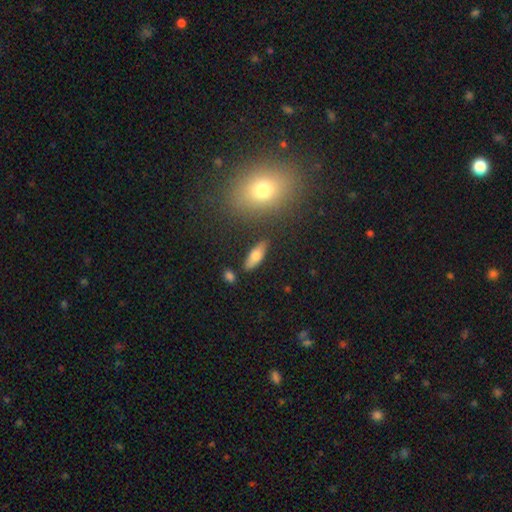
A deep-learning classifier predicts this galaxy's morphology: Smooth or featured?
  - smooth: 70% *
  - featured or disk: 23%
  - star or artifact: 7%
How rounded?
  - in between: 63% *
  - cigar-shaped: 34%
  - round: 3%
Merging?
  - none: 82% *
  - minor disturbance: 11%
  - merger: 4%
  - major disturbance: 3%